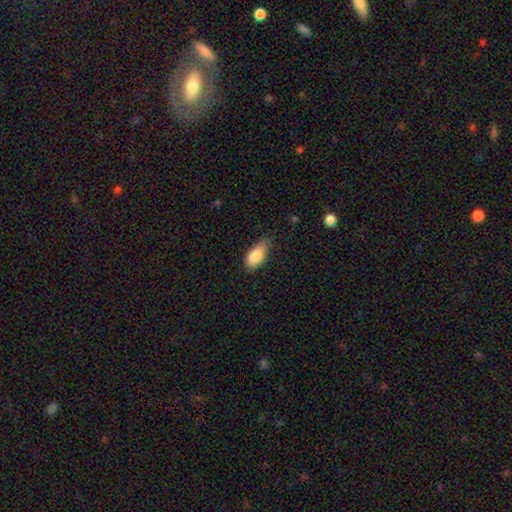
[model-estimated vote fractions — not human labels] Q: Smooth or featured?
A: smooth (85%); runner-up: featured or disk (8%)
Q: How rounded?
A: in between (88%); runner-up: cigar-shaped (9%)
Q: Merging?
A: none (51%); runner-up: minor disturbance (40%)